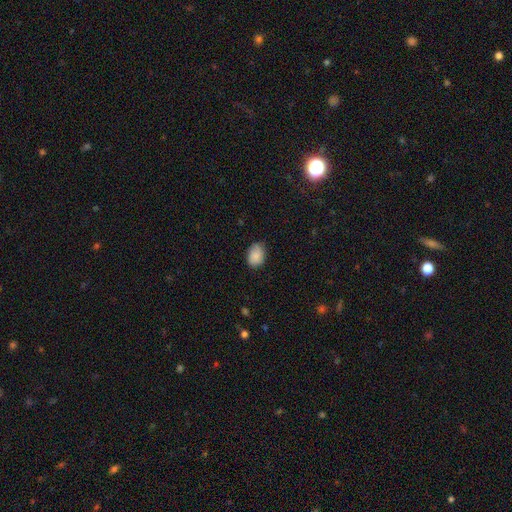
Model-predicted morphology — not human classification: Smooth or featured: smooth — 85% (star or artifact — 7%)
How rounded: in between — 76% (round — 23%)
Merging: none — 76% (minor disturbance — 20%)